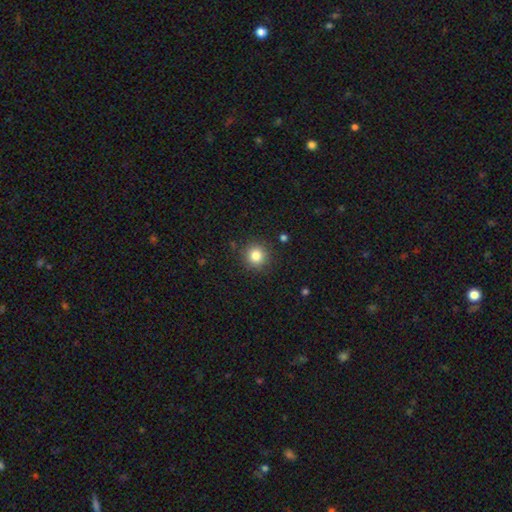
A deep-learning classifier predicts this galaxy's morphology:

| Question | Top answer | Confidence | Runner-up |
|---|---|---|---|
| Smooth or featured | smooth | 82% | star or artifact (11%) |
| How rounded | round | 94% | in between (6%) |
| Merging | none | 89% | minor disturbance (7%) |